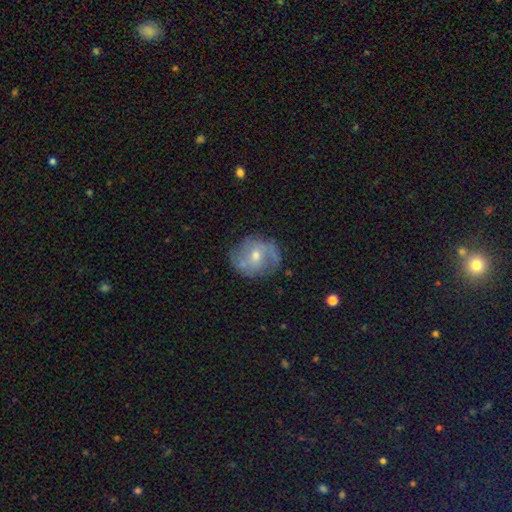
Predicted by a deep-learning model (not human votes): Smooth or featured? Predicted: featured or disk (p=0.68). Edge-on disk? Predicted: no (p=0.97). Bar? Predicted: no (p=0.48). Spiral arms? Predicted: yes (p=0.81). Spiral winding? Predicted: medium (p=0.43). Spiral arm count? Predicted: 2 (p=0.64). Bulge size? Predicted: moderate (p=0.53). Merging? Predicted: none (p=0.67).